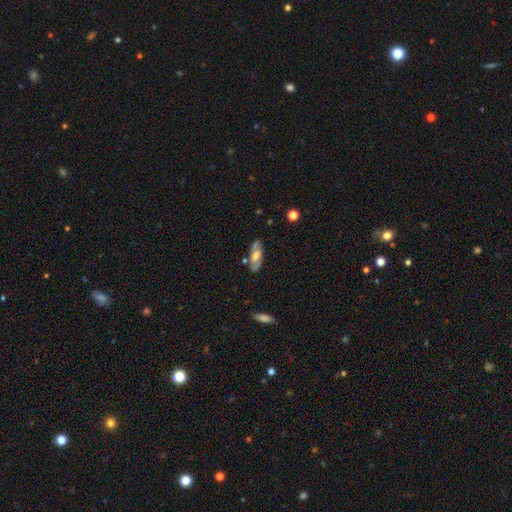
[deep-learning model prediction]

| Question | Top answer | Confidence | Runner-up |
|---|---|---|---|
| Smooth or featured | featured or disk | 61% | smooth (33%) |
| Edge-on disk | no | 78% | yes (22%) |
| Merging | none | 75% | minor disturbance (17%) |